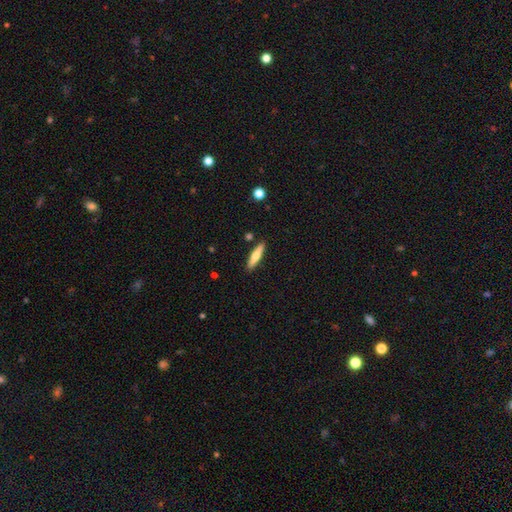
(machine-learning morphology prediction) smooth 56%, featured or disk 38%, star or artifact 6%. Down the decision tree: how rounded — cigar-shaped (83%); merging — none (88%).